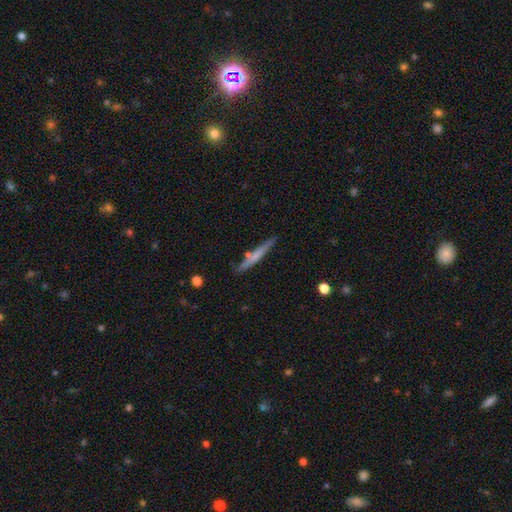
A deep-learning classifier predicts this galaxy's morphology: Smooth or featured? smooth (57%)
How rounded? cigar-shaped (95%)
Merging? none (81%)